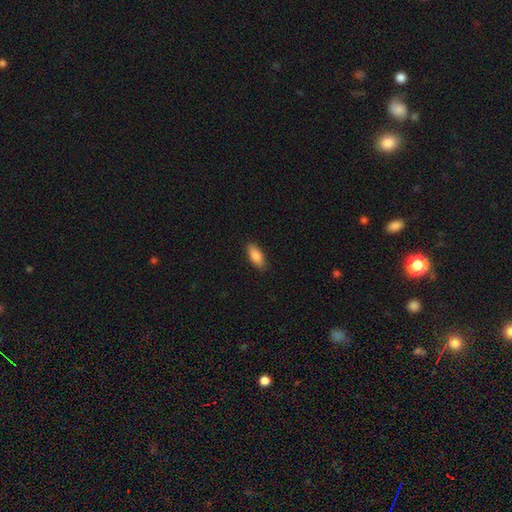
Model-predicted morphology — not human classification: Q: Smooth or featured?
A: smooth (87%); runner-up: featured or disk (7%)
Q: How rounded?
A: in between (83%); runner-up: cigar-shaped (15%)
Q: Merging?
A: none (88%); runner-up: minor disturbance (10%)